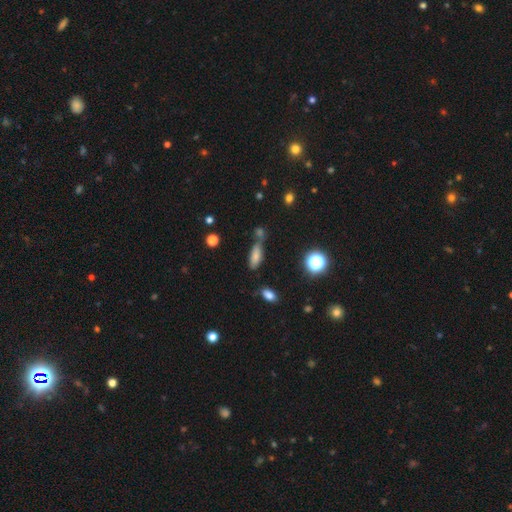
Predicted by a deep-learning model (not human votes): Smooth or featured? smooth (74%)
How rounded? in between (71%)
Merging? none (51%)